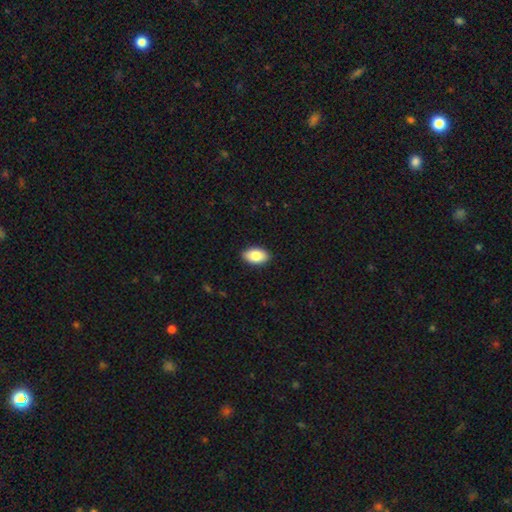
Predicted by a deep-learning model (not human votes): A smooth galaxy with no disk features (86%) that is in between round and cigar-shaped (93%).

Vote fractions:
- Smooth or featured? smooth: 86% / featured or disk: 8% / star or artifact: 7%
- How rounded? in between: 93% / round: 5% / cigar-shaped: 1%
- Merging? none: 90% / minor disturbance: 8% / major disturbance: 2% / merger: 1%